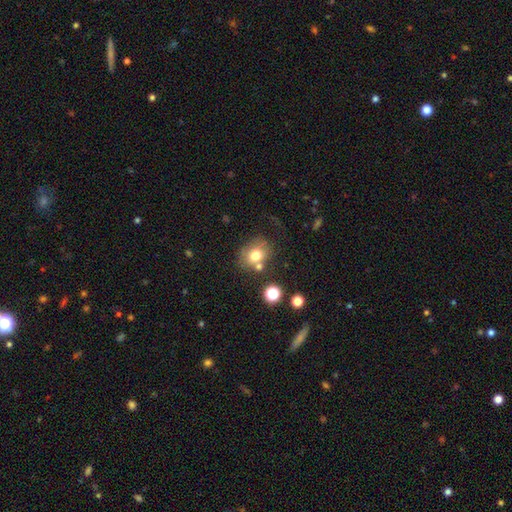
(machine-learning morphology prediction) smooth-or-featured: smooth: 73% | featured or disk: 15% | star or artifact: 13%
  how-rounded: round: 61% | in between: 38% | cigar-shaped: 1%
  merging: none: 59% | merger: 18% | minor disturbance: 16% | major disturbance: 7%